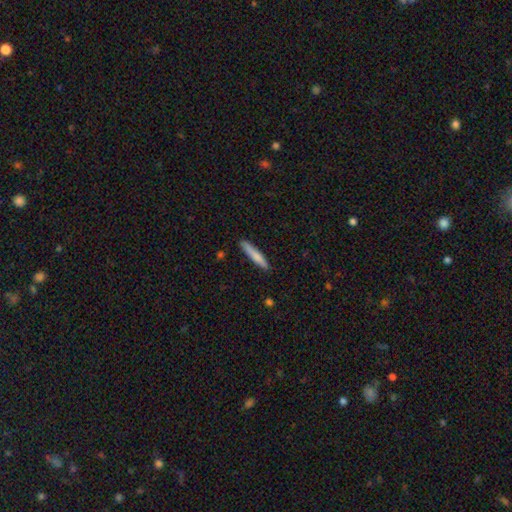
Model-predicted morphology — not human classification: This is likely a smooth galaxy (75%). How rounded: clearly cigar-shaped (93%). Merging: clearly none (86%).